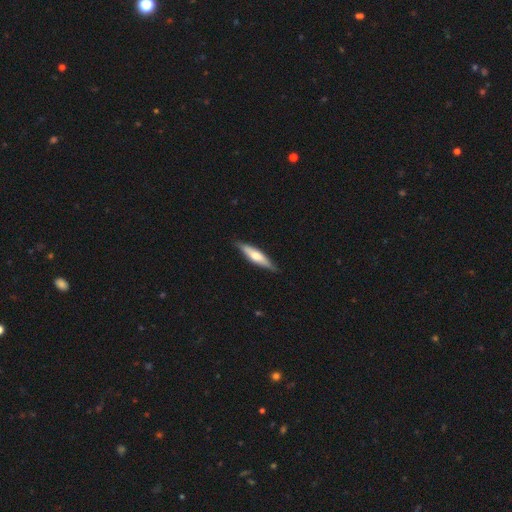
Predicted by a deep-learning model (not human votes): Morphology: type=featured or disk (53%); edge-on=yes (92%); merging=none (87%).